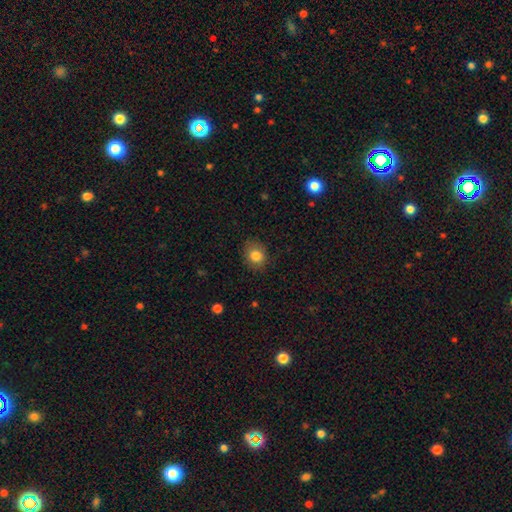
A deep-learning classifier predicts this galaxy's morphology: smooth 83%, star or artifact 9%, featured or disk 7%. Down the decision tree: how rounded — round (60%); merging — none (84%).